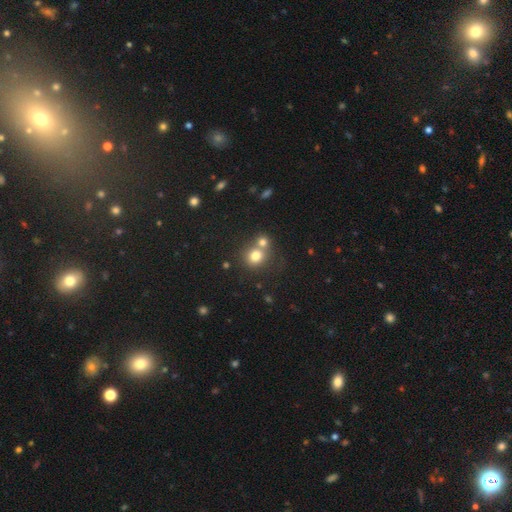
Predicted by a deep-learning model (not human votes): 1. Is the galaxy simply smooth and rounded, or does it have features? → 77% smooth, 13% star or artifact, 11% featured or disk.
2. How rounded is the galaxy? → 84% round, 15% in between, 1% cigar-shaped.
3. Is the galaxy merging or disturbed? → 47% none, 43% merger, 7% minor disturbance, 3% major disturbance.